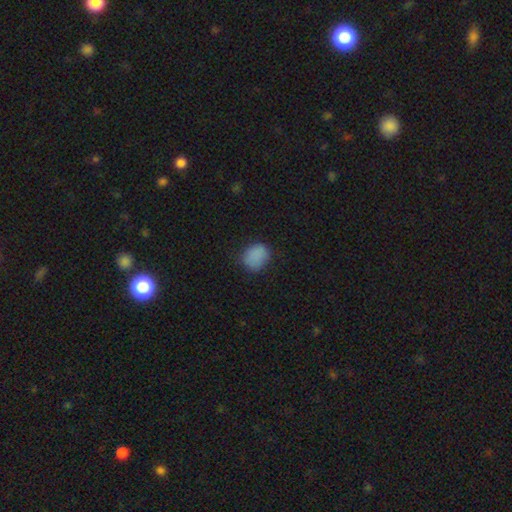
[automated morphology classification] Smooth or featured? smooth (84%)
How rounded? round (55%)
Merging? none (73%)